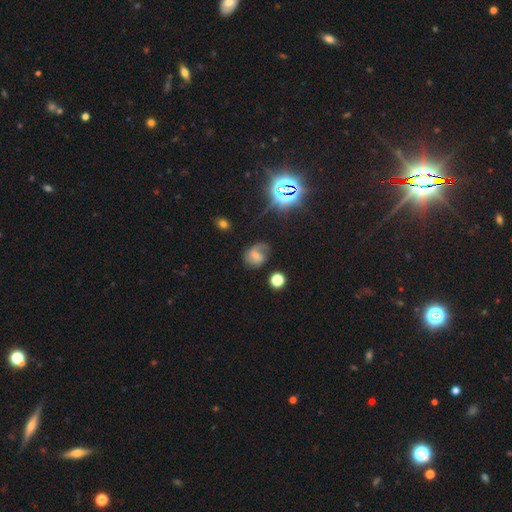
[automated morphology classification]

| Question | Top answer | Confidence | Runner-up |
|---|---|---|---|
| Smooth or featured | featured or disk | 48% | smooth (34%) |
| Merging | none | 58% | minor disturbance (23%) |